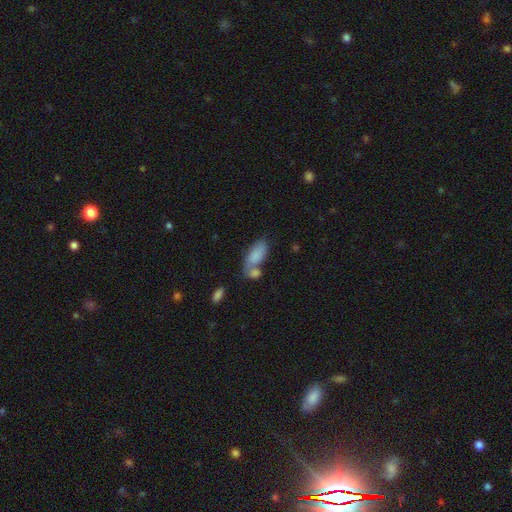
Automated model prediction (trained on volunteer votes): Smooth or featured? Predicted: smooth (p=0.79). How rounded? Predicted: in between (p=0.88). Merging? Predicted: none (p=0.39).